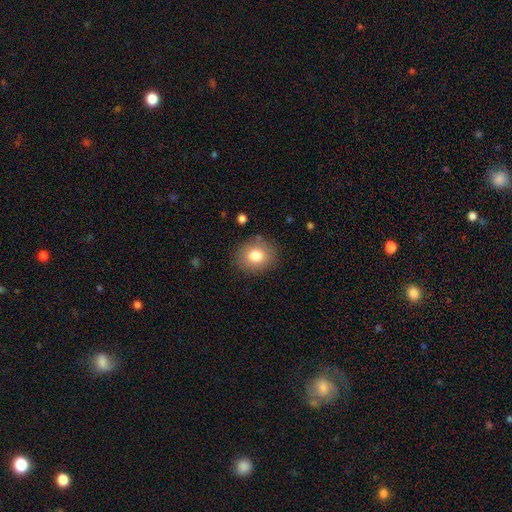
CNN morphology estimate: A smooth galaxy with no disk features (80%) that is round (68%).

Vote fractions:
- Smooth or featured? smooth: 80% / featured or disk: 10% / star or artifact: 10%
- How rounded? round: 68% / in between: 32% / cigar-shaped: 1%
- Merging? none: 85% / minor disturbance: 10% / major disturbance: 3% / merger: 2%